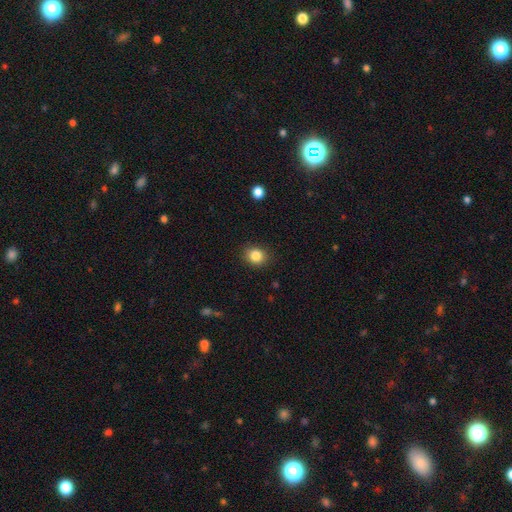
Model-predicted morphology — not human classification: Smooth or featured? smooth (85%)
How rounded? round (66%)
Merging? none (89%)